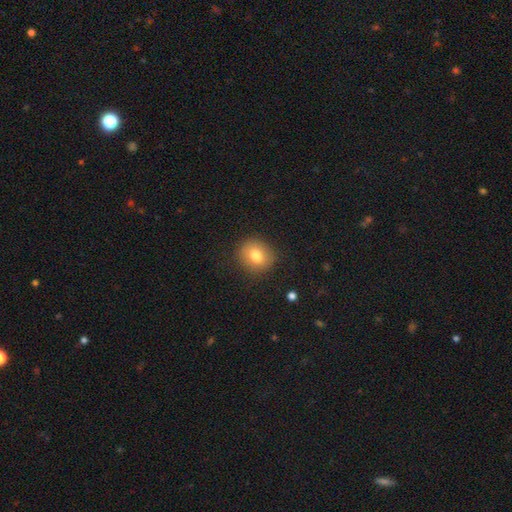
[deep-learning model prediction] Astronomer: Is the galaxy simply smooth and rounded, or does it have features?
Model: smooth — 78%.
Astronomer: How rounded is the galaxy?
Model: round — 73%.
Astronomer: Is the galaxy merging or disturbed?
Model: none — 85%.